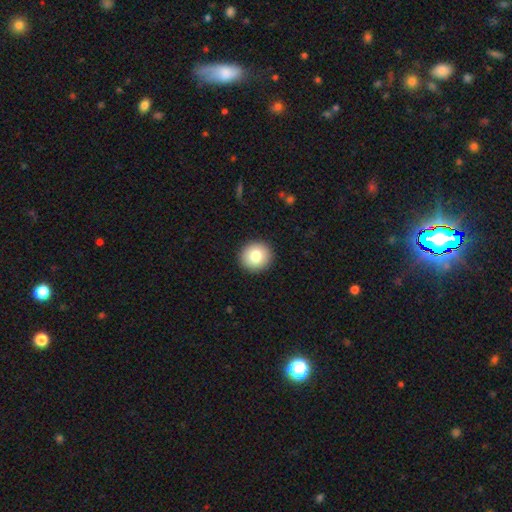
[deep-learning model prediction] smooth-or-featured: smooth: 80% | featured or disk: 11% | star or artifact: 9%
  how-rounded: round: 92% | in between: 7% | cigar-shaped: 1%
  merging: none: 93% | minor disturbance: 5% | major disturbance: 2% | merger: 1%